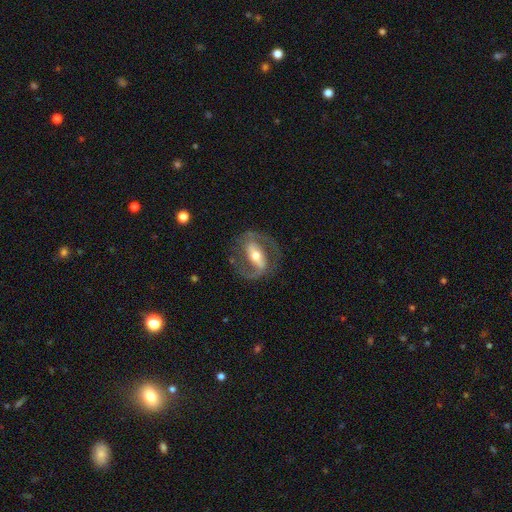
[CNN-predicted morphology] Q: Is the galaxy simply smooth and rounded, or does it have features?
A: featured or disk — 85%.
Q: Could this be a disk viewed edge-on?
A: no — 94%.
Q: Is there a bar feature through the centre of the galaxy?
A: strong — 60%.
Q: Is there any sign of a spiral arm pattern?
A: yes — 89%.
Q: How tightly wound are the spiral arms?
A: medium — 53%.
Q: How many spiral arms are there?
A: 2 — 88%.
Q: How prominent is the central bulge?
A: moderate — 67%.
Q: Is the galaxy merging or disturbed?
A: none — 76%.